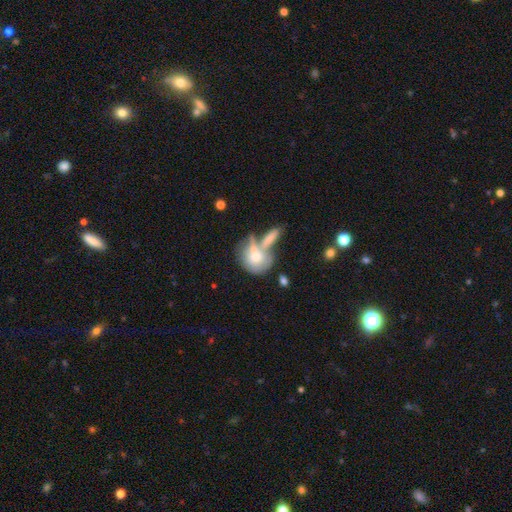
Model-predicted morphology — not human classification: smooth_or_featured: smooth (p=0.66) [alt: featured or disk p=0.26]
how_rounded: round (p=0.63) [alt: in between p=0.33]
merging: merger (p=0.45) [alt: none p=0.32]